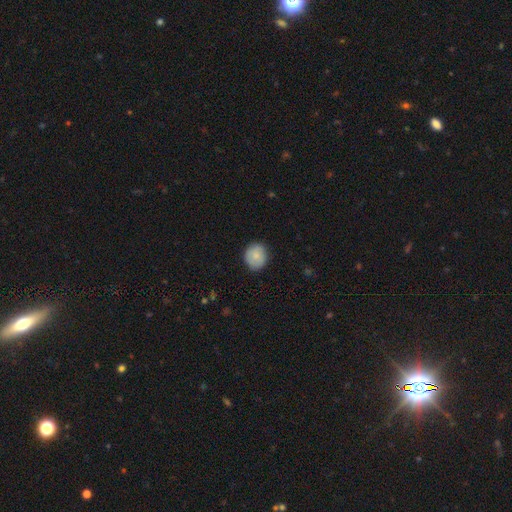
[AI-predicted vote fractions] This is clearly a smooth galaxy (84%). How rounded: likely round (79%). Merging: clearly none (85%).